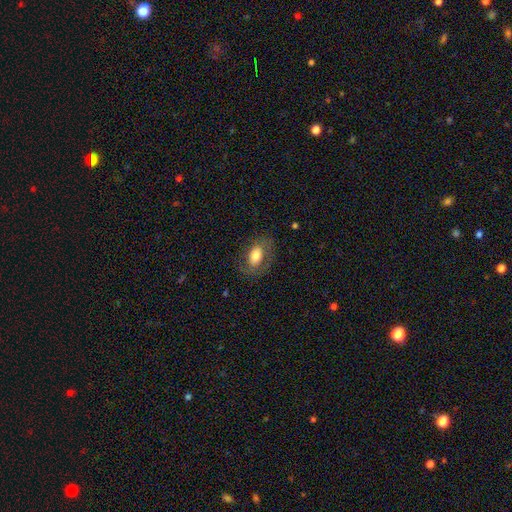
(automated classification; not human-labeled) smooth-or-featured: smooth: 69% | featured or disk: 24% | star or artifact: 7%
  how-rounded: in between: 86% | round: 12% | cigar-shaped: 2%
  merging: none: 71% | minor disturbance: 17% | major disturbance: 10% | merger: 1%